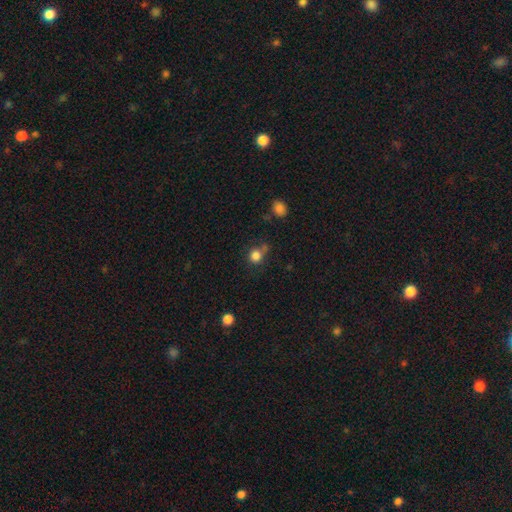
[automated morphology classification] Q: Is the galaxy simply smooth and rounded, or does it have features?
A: smooth — 82%.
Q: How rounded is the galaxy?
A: round — 84%.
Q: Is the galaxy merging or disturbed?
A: none — 61%.